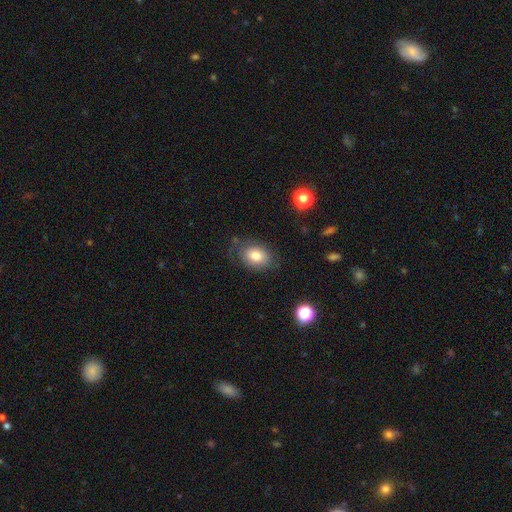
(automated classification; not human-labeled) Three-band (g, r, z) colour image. It shows a smooth galaxy with no disk features (78%) that is in between round and cigar-shaped (75%). Merging: none (73%).